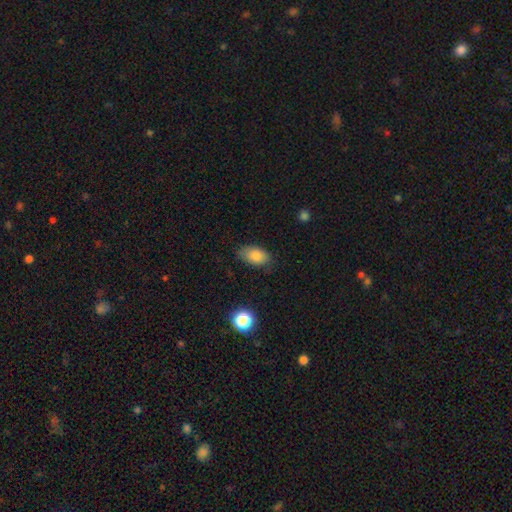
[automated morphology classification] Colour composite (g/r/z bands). It shows a smooth galaxy with no disk features (85%) that is in between round and cigar-shaped (91%). Merging: none (76%).